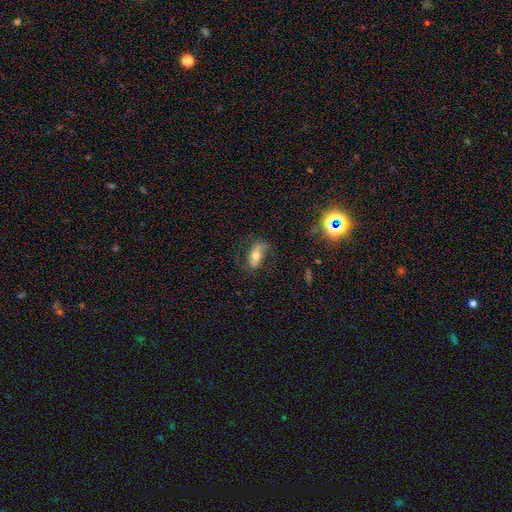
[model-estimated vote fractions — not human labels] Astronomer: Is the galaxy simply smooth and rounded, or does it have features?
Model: smooth — 48% (runner-up: featured or disk, 42%).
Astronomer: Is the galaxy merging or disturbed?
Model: none — 65%.